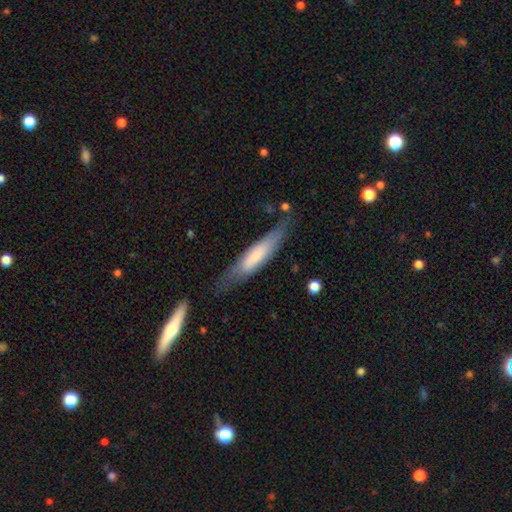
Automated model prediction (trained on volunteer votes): A smooth galaxy with no disk features (60%) that is cigar-shaped (78%).

Vote fractions:
- Smooth or featured? smooth: 60% / featured or disk: 34% / star or artifact: 6%
- How rounded? cigar-shaped: 78% / in between: 21% / round: 1%
- Merging? none: 69% / minor disturbance: 21% / major disturbance: 7% / merger: 3%